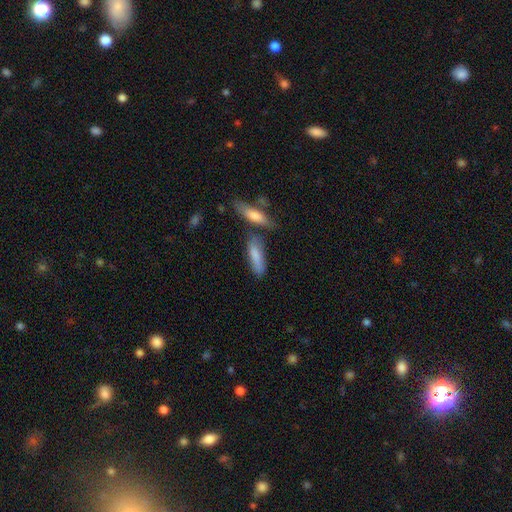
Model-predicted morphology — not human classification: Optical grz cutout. It shows a smooth galaxy with no disk features (79%) that is cigar-shaped (62%). Merging: none (58%).